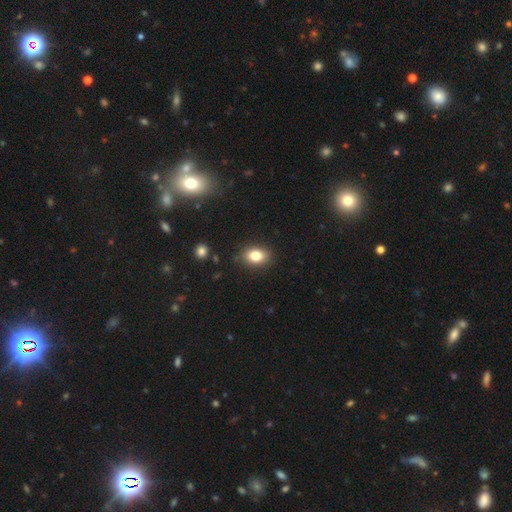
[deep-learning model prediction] Overall: smooth (82%). How rounded: in between (76%). Merging: none (86%).